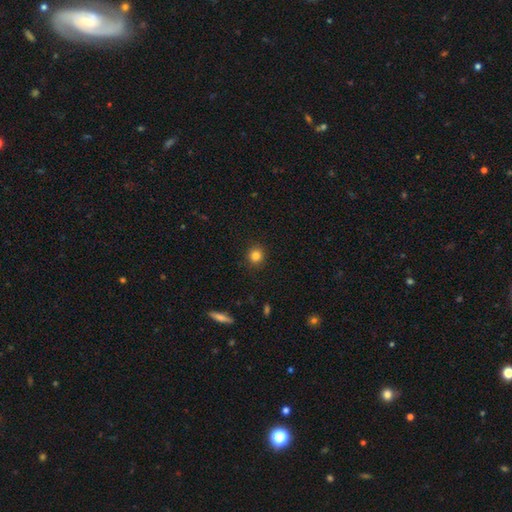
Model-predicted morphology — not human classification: smooth 84%, star or artifact 11%, featured or disk 5%. Down the decision tree: how rounded — round (89%); merging — none (91%).